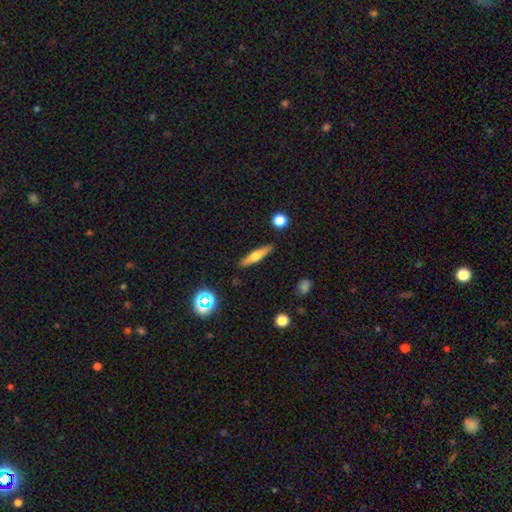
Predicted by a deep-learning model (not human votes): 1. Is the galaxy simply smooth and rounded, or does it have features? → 48% smooth, 44% featured or disk, 8% star or artifact.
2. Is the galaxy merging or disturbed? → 89% none, 8% minor disturbance, 2% major disturbance, 2% merger.